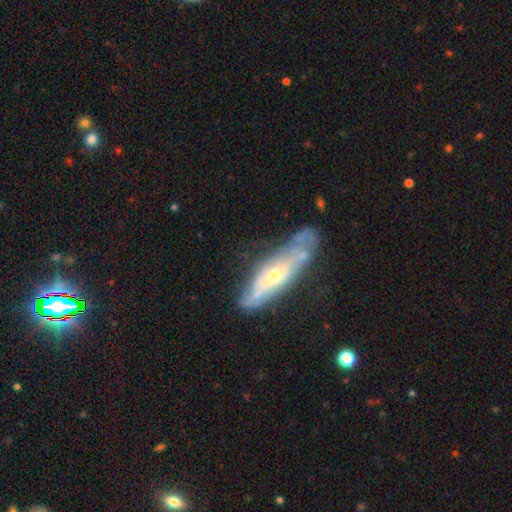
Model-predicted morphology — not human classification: Overall: featured or disk (66%). Edge-on disk: no (54%; yes 46%). Merging: none (62%; minor disturbance 25%).